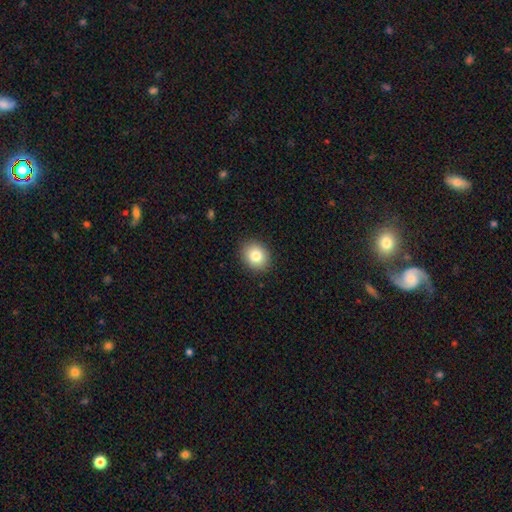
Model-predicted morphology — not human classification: smooth_or_featured: smooth (p=0.82) [alt: star or artifact p=0.09]
how_rounded: round (p=0.63) [alt: in between p=0.36]
merging: none (p=0.90) [alt: minor disturbance p=0.07]